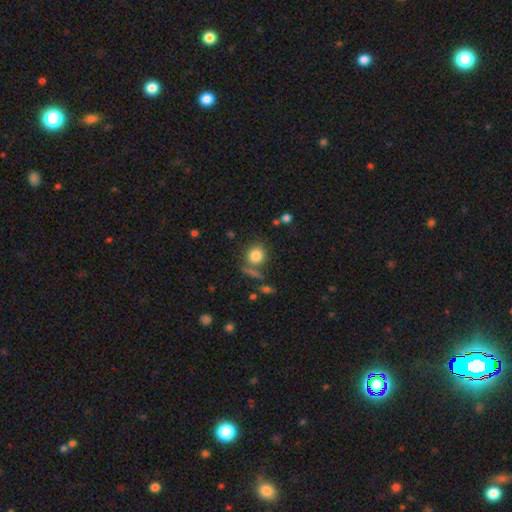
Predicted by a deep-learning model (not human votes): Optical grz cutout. It shows a smooth galaxy with no disk features (82%) that is round (85%). Merging: none (69%).